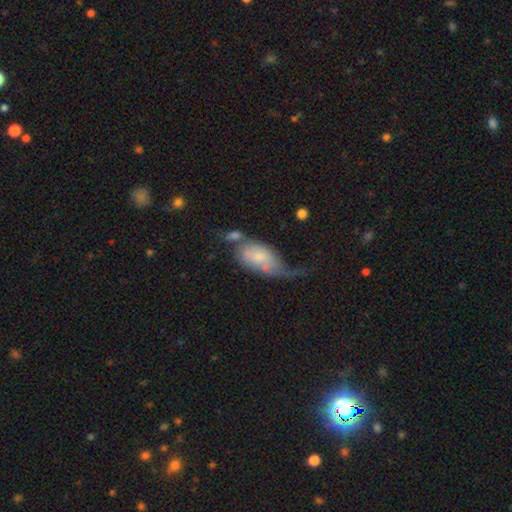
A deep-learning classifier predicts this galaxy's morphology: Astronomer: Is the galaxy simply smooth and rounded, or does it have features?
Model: smooth — 47% (runner-up: featured or disk, 44%).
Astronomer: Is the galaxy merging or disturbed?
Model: major disturbance — 36% (runner-up: minor disturbance, 22%).